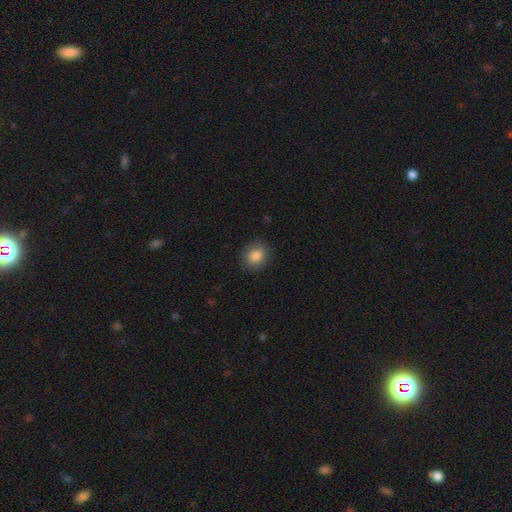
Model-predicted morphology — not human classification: smooth 84%, star or artifact 10%, featured or disk 6%. Down the decision tree: how rounded — round (76%); merging — none (89%).